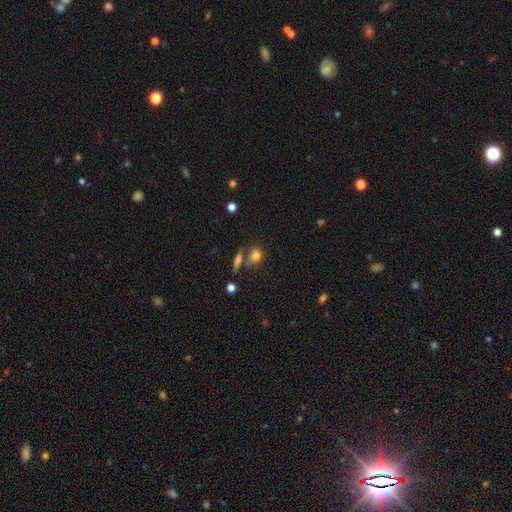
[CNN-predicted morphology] smooth-or-featured: smooth: 78% | star or artifact: 12% | featured or disk: 10%
  how-rounded: round: 54% | in between: 40% | cigar-shaped: 5%
  merging: none: 57% | merger: 23% | minor disturbance: 13% | major disturbance: 6%